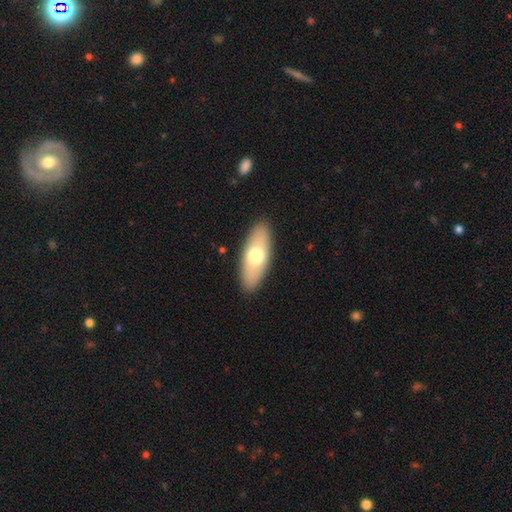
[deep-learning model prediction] Smooth or featured: smooth — 65% (featured or disk — 29%)
How rounded: in between — 79% (cigar-shaped — 18%)
Merging: none — 89% (minor disturbance — 8%)